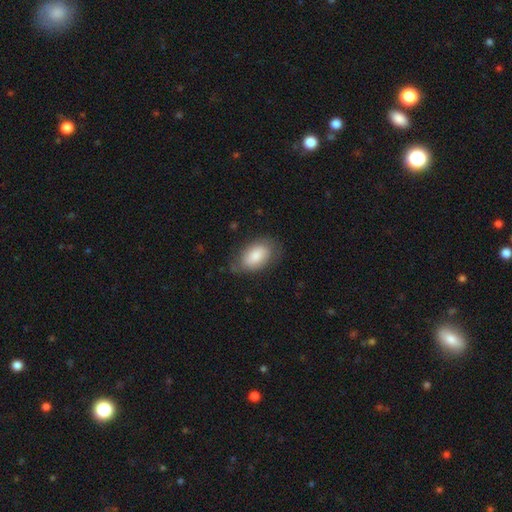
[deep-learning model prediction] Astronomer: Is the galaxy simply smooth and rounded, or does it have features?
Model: smooth — 79%.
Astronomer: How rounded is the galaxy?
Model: in between — 93%.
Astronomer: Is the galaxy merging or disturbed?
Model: none — 70%.